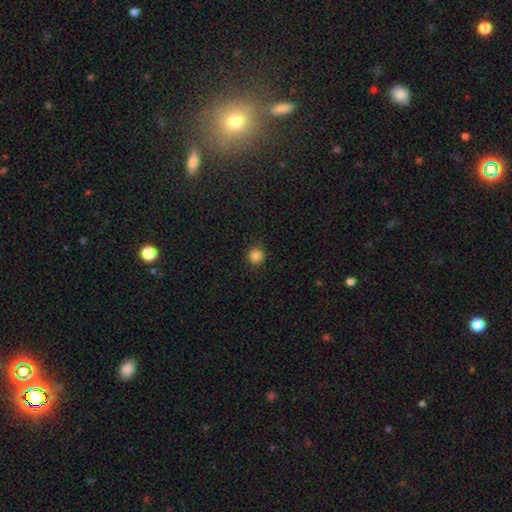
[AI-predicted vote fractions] A smooth galaxy with no disk features (85%) that is round (95%).

Vote fractions:
- Smooth or featured? smooth: 85% / star or artifact: 12% / featured or disk: 3%
- How rounded? round: 95% / in between: 4% / cigar-shaped: 1%
- Merging? none: 92% / minor disturbance: 6% / major disturbance: 2% / merger: 1%